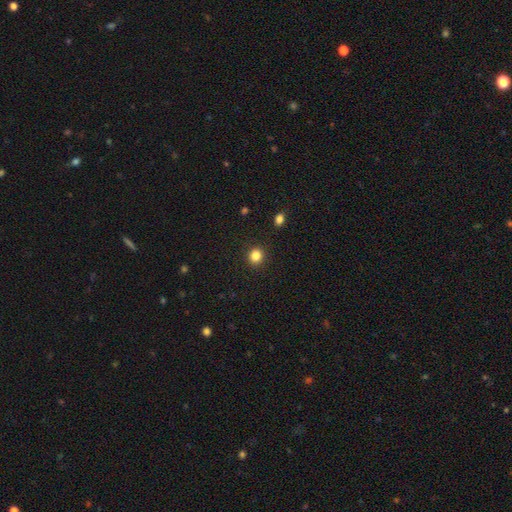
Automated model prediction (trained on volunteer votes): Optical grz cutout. It shows a smooth galaxy with no disk features (84%) that is round (85%). Merging: none (91%).